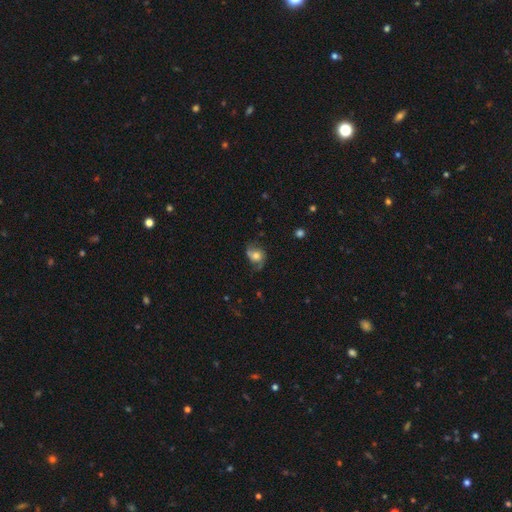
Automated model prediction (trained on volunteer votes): Overall: featured or disk (55%; smooth 35%). Edge-on disk: no (96%). Bar: no (72%). Spiral arms: yes (86%). Bulge size: moderate (59%). Merging: none (59%; minor disturbance 25%).